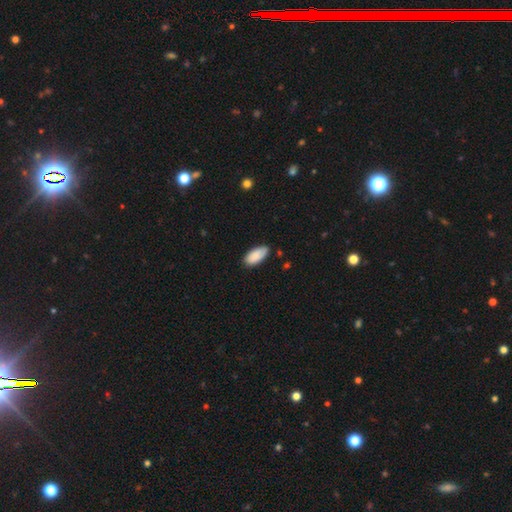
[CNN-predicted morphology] type=smooth (89%); roundness=in between (92%); merging=none (79%).